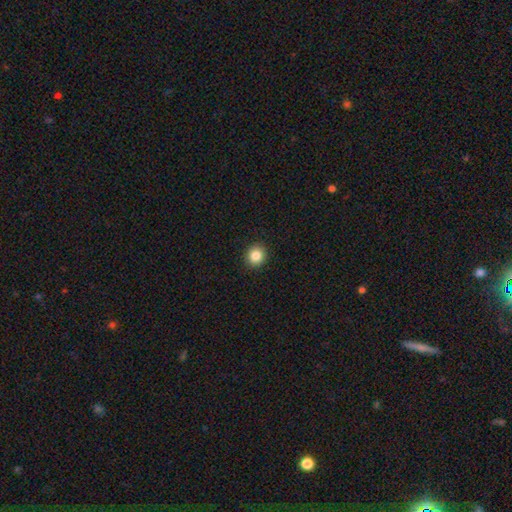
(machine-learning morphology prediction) Smooth or featured? smooth (85%)
How rounded? round (87%)
Merging? none (92%)